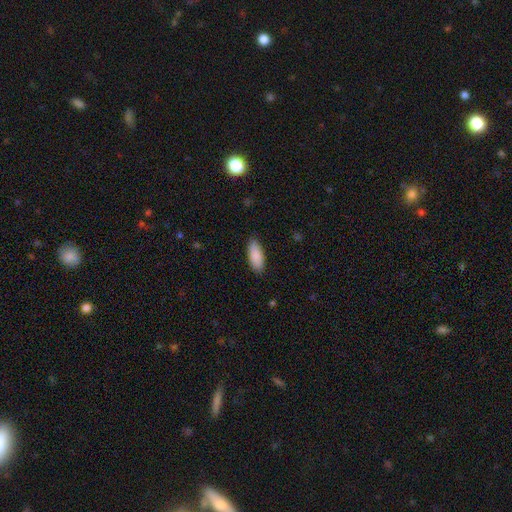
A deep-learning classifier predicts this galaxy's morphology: Overall: smooth (89%). How rounded: in between (82%). Merging: none (87%).